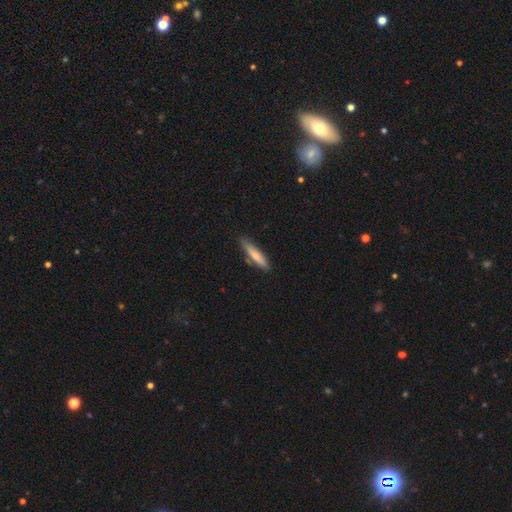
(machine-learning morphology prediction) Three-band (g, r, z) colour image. It shows a smooth galaxy with no disk features (70%) that is cigar-shaped (80%). Merging: none (77%).